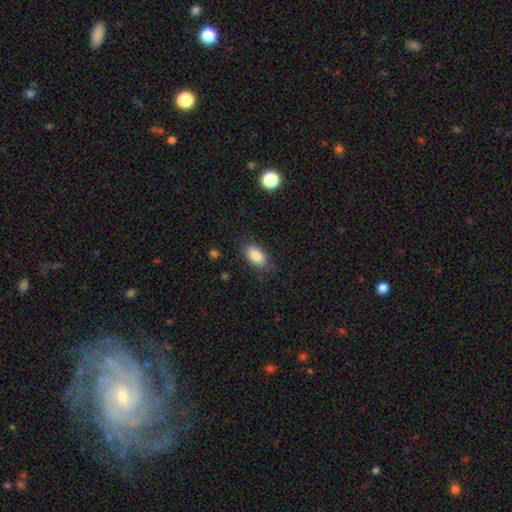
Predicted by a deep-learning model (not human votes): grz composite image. It shows a smooth galaxy with no disk features (86%) that is in between round and cigar-shaped (91%). Merging: none (81%).